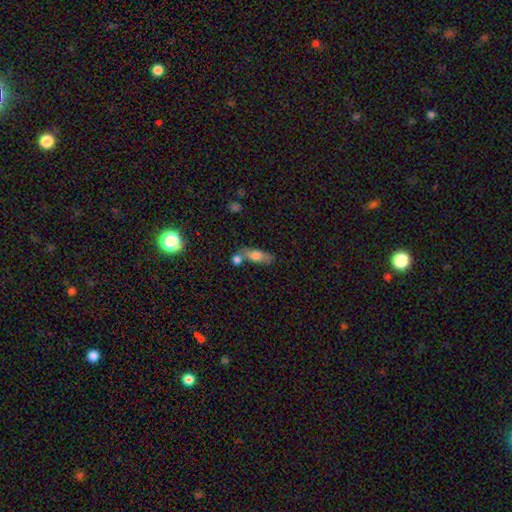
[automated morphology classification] type=smooth (69%); roundness=in between (63%); merging=none (50%).